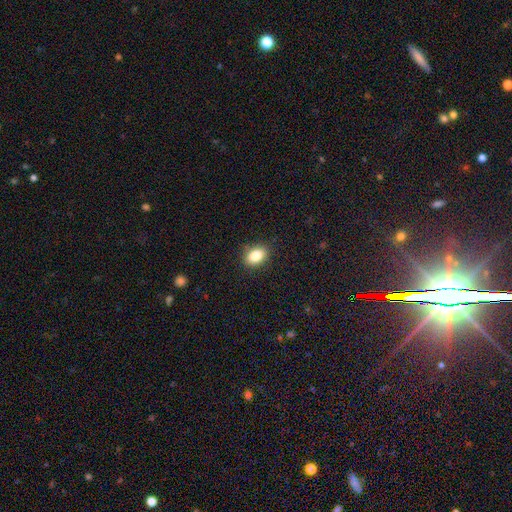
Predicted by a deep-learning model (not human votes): smooth 85%, star or artifact 9%, featured or disk 6%. Down the decision tree: how rounded — in between (78%); merging — none (88%).